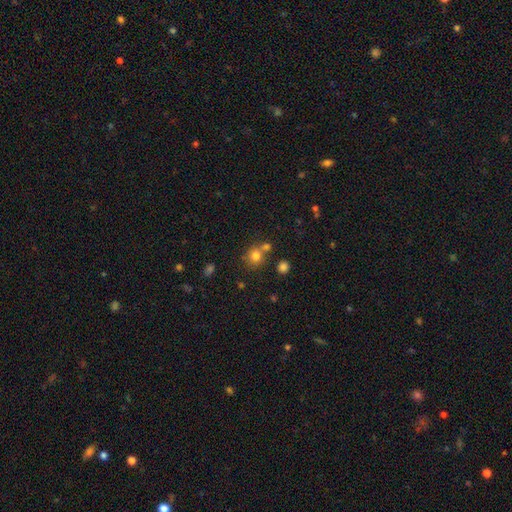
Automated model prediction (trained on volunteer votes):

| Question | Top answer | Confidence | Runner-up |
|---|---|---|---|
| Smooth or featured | smooth | 78% | star or artifact (14%) |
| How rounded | round | 86% | in between (13%) |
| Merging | none | 61% | merger (26%) |